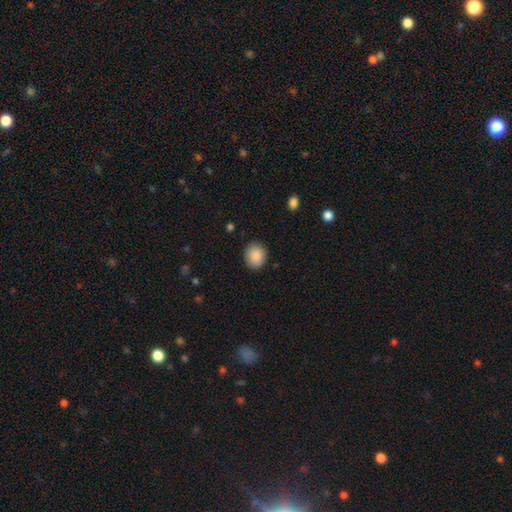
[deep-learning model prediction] Q: Smooth or featured?
A: smooth (89%); runner-up: star or artifact (7%)
Q: How rounded?
A: round (60%); runner-up: in between (39%)
Q: Merging?
A: none (86%); runner-up: minor disturbance (10%)